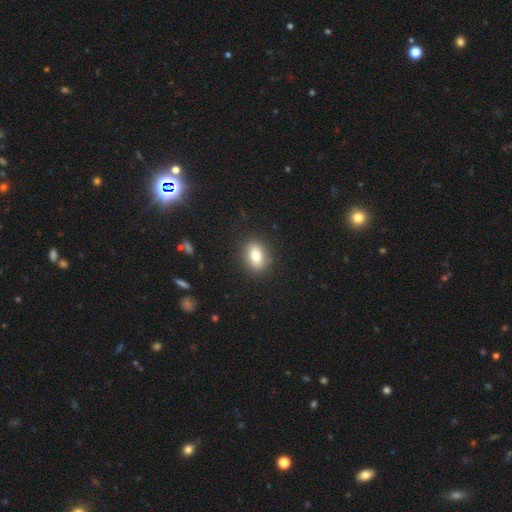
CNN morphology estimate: A smooth galaxy with no disk features (80%) that is in between round and cigar-shaped (77%).

Vote fractions:
- Smooth or featured? smooth: 80% / featured or disk: 12% / star or artifact: 8%
- How rounded? in between: 77% / round: 20% / cigar-shaped: 3%
- Merging? none: 88% / minor disturbance: 9% / major disturbance: 2% / merger: 1%